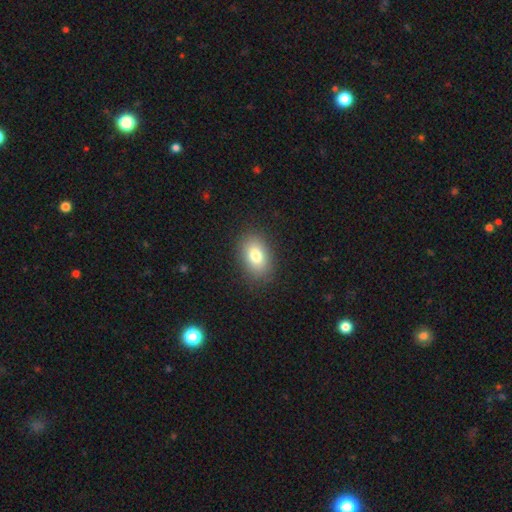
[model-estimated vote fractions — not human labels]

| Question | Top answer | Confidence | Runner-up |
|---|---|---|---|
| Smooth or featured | smooth | 80% | featured or disk (11%) |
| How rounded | in between | 85% | round (14%) |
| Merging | none | 87% | minor disturbance (9%) |